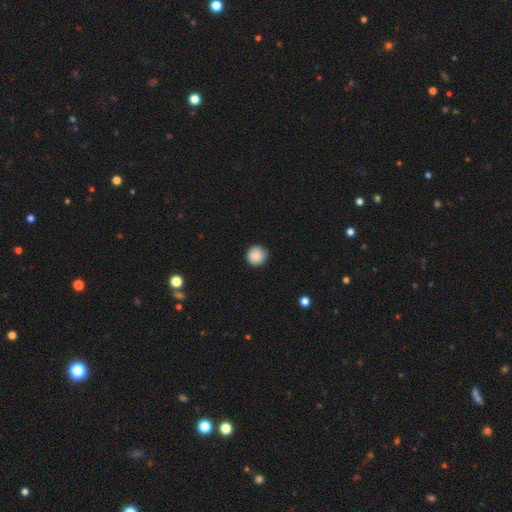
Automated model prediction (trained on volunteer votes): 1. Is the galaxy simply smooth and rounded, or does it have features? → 83% smooth, 9% featured or disk, 8% star or artifact.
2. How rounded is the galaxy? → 94% round, 5% in between, 1% cigar-shaped.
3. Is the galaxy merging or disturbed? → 83% none, 14% minor disturbance, 2% major disturbance, 1% merger.